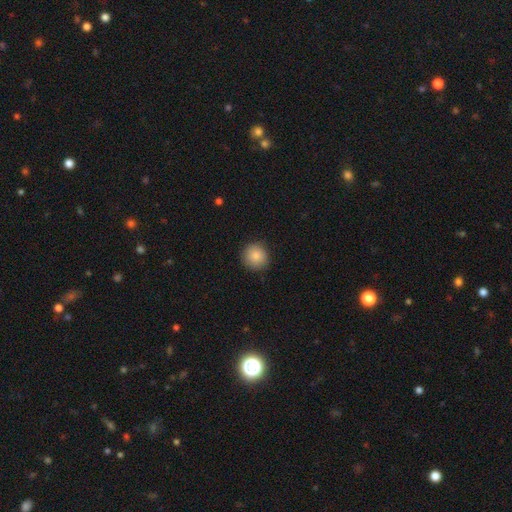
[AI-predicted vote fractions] smooth-or-featured: smooth: 87% | star or artifact: 8% | featured or disk: 5%
  how-rounded: round: 94% | in between: 5% | cigar-shaped: 1%
  merging: none: 90% | minor disturbance: 7% | major disturbance: 2% | merger: 1%